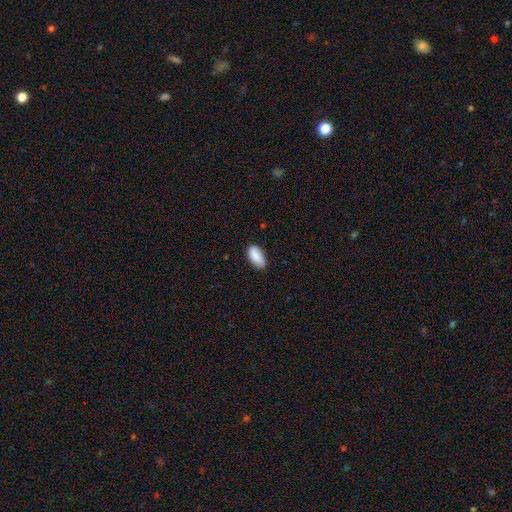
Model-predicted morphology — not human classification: smooth-or-featured: smooth: 89% | star or artifact: 7% | featured or disk: 4%
  how-rounded: in between: 93% | cigar-shaped: 5% | round: 2%
  merging: none: 81% | minor disturbance: 15% | major disturbance: 2% | merger: 1%